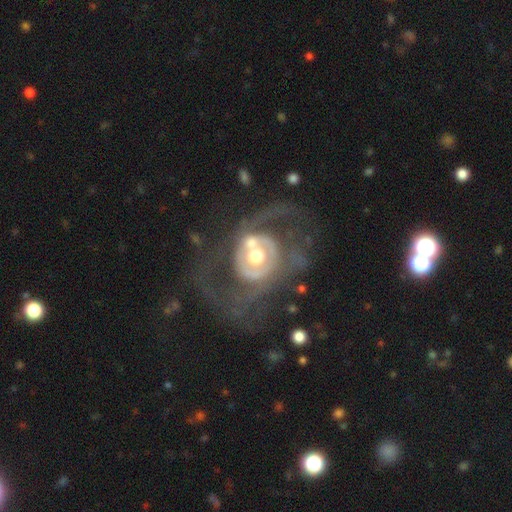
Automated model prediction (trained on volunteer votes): Smooth or featured?
  - featured or disk: 81% *
  - smooth: 12%
  - star or artifact: 7%
Edge-on disk?
  - no: 97% *
  - yes: 3%
Bar?
  - no: 65% *
  - weak: 24%
  - strong: 11%
Spiral arms?
  - yes: 69% *
  - no: 31%
Spiral winding?
  - medium: 41% *
  - tight: 30%
  - loose: 29%
Spiral arm count?
  - 2: 53% *
  - can't tell: 24%
  - 1: 8%
  - 3: 8%
  - 4: 4%
  - more than 4: 4%
Bulge size?
  - moderate: 65% *
  - large: 17%
  - small: 14%
  - dominant: 2%
  - none: 1%
Merging?
  - none: 46% *
  - major disturbance: 33%
  - minor disturbance: 14%
  - merger: 7%